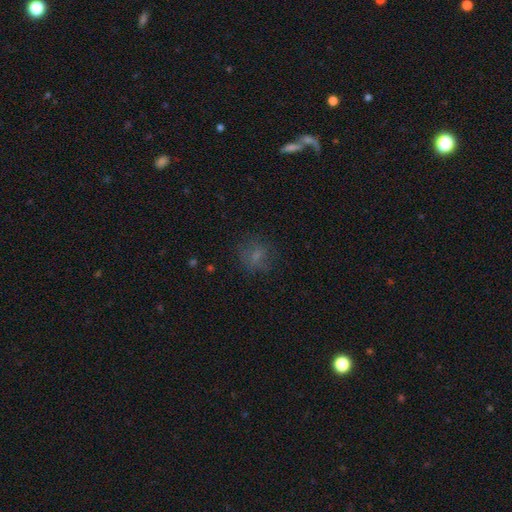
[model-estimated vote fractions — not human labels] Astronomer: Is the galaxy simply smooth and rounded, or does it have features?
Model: smooth — 63%.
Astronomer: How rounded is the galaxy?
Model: round — 73%.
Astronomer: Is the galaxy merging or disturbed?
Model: none — 70%.